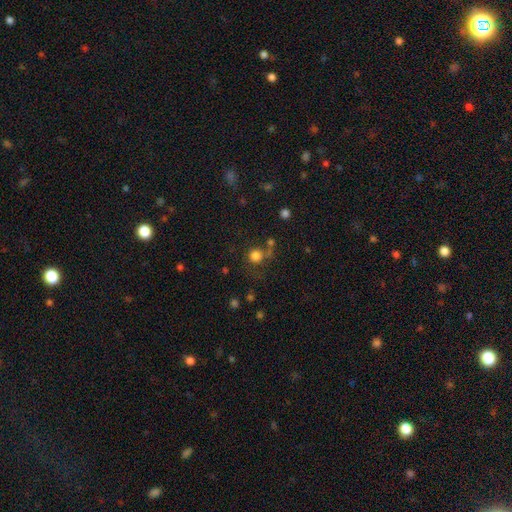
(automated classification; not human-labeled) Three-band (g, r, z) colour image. It shows a smooth galaxy with no disk features (80%) that is round (92%). Merging: none (66%).